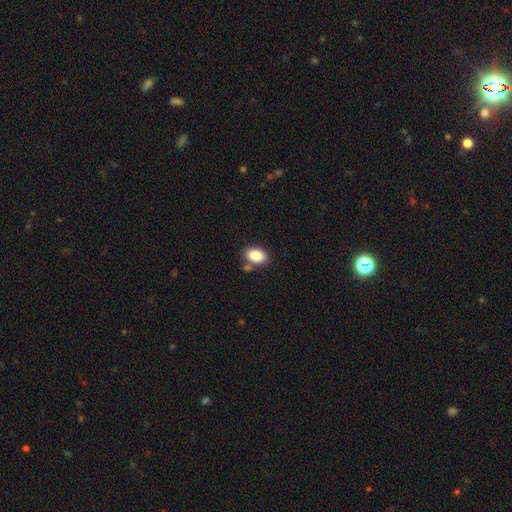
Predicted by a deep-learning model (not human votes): Smooth or featured: smooth — 87% (star or artifact — 8%)
How rounded: in between — 86% (round — 13%)
Merging: none — 76% (minor disturbance — 12%)